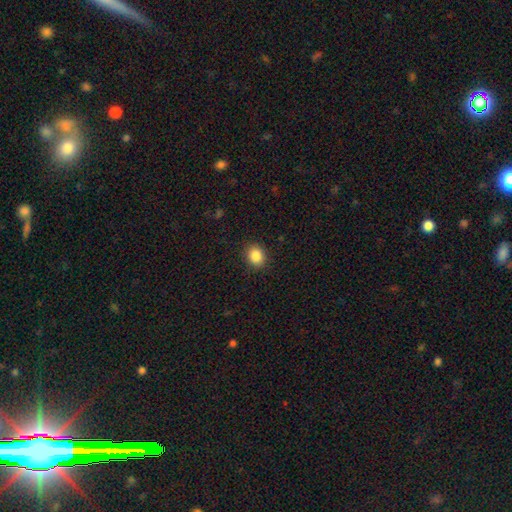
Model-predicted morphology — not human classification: Smooth or featured? Predicted: smooth (p=0.87). How rounded? Predicted: round (p=0.58). Merging? Predicted: none (p=0.89).